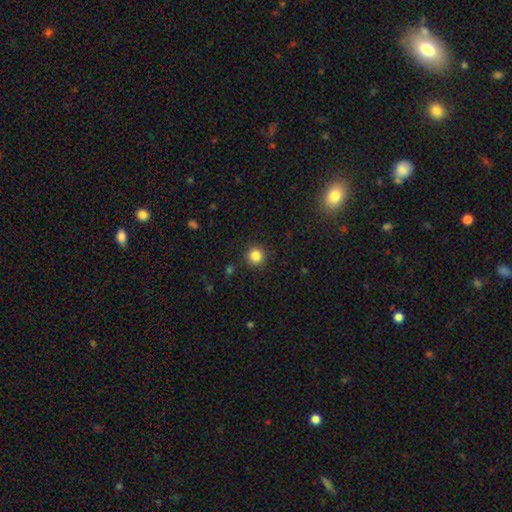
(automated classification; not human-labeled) smooth_or_featured: smooth (p=0.84) [alt: star or artifact p=0.11]
how_rounded: round (p=0.94) [alt: in between p=0.05]
merging: none (p=0.91) [alt: minor disturbance p=0.06]